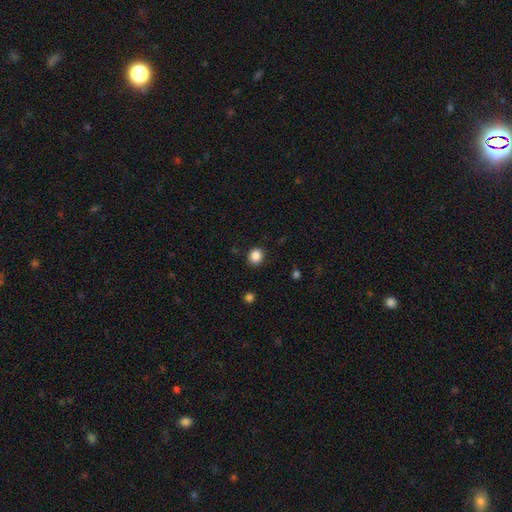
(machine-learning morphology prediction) The model was most divided on "how rounded": round: 71%, in between: 28%, cigar-shaped: 1%. More confident: smooth or featured — smooth (86%); merging — none (86%).